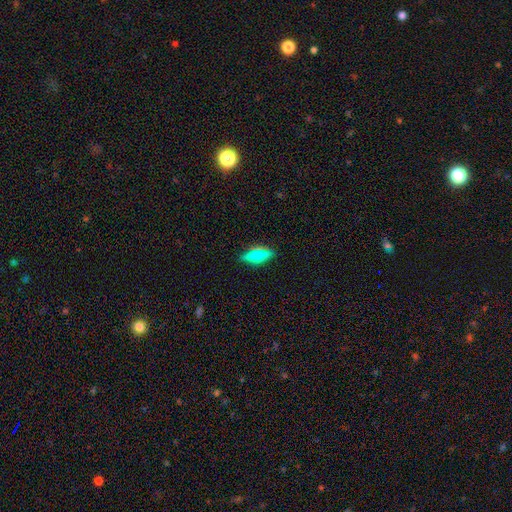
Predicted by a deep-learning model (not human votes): A smooth galaxy with no disk features (61%) that is in between round and cigar-shaped (64%).

Vote fractions:
- Smooth or featured? smooth: 61% / featured or disk: 28% / star or artifact: 11%
- How rounded? in between: 64% / cigar-shaped: 32% / round: 4%
- Merging? none: 77% / minor disturbance: 17% / major disturbance: 4% / merger: 2%